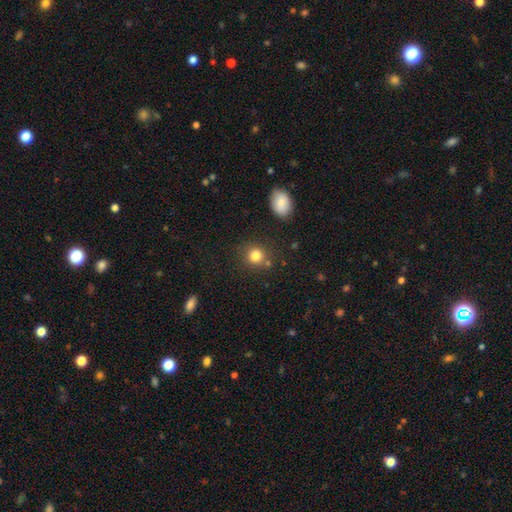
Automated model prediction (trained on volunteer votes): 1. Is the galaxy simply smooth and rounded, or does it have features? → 82% smooth, 12% star or artifact, 6% featured or disk.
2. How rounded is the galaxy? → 85% round, 14% in between, 1% cigar-shaped.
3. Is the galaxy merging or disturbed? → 77% none, 11% minor disturbance, 9% merger, 4% major disturbance.